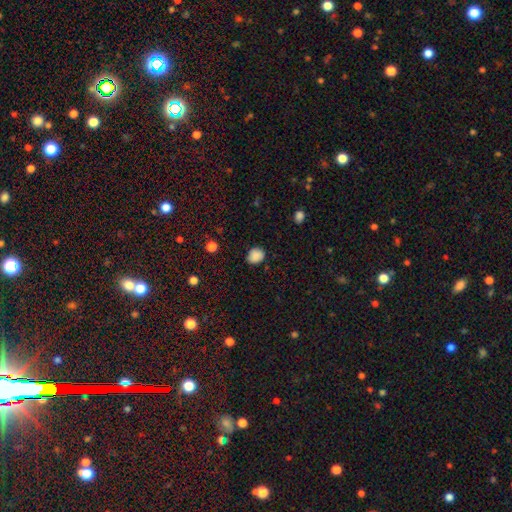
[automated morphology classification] Q: Smooth or featured?
A: smooth (87%); runner-up: star or artifact (10%)
Q: How rounded?
A: round (65%); runner-up: in between (34%)
Q: Merging?
A: none (80%); runner-up: minor disturbance (15%)